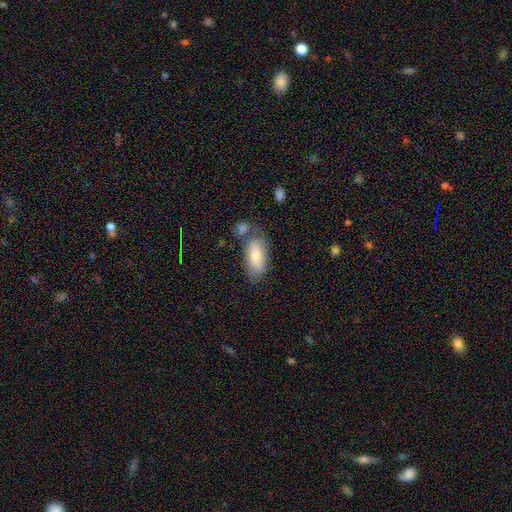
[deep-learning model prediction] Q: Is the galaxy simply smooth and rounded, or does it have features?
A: smooth — 78%.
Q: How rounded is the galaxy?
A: in between — 87%.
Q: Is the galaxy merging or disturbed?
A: none — 61%.